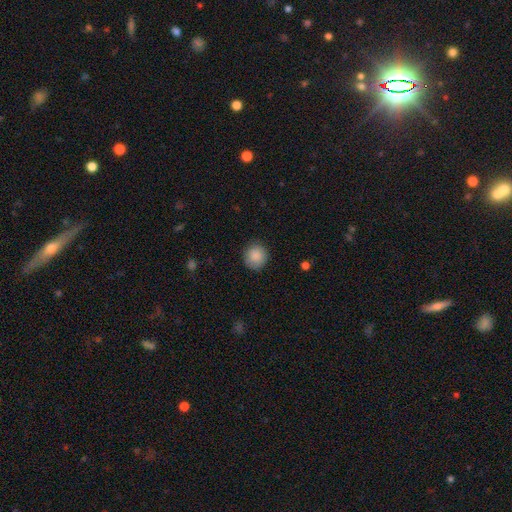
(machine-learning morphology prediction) Overall: smooth (88%). How rounded: round (91%). Merging: none (87%).